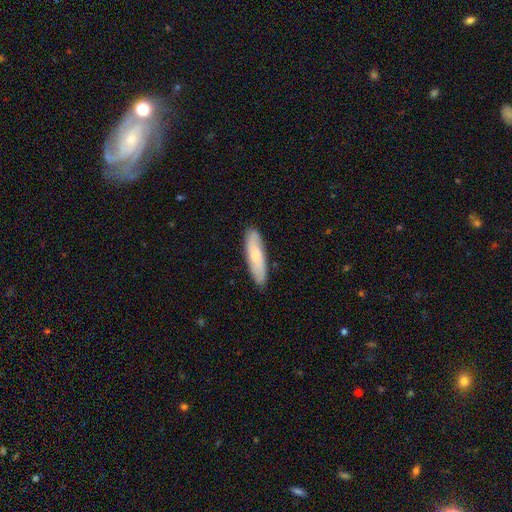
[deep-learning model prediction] Smooth or featured?
  - smooth: 64% *
  - featured or disk: 31%
  - star or artifact: 5%
How rounded?
  - cigar-shaped: 71% *
  - in between: 27%
  - round: 2%
Merging?
  - none: 87% *
  - minor disturbance: 10%
  - major disturbance: 2%
  - merger: 1%